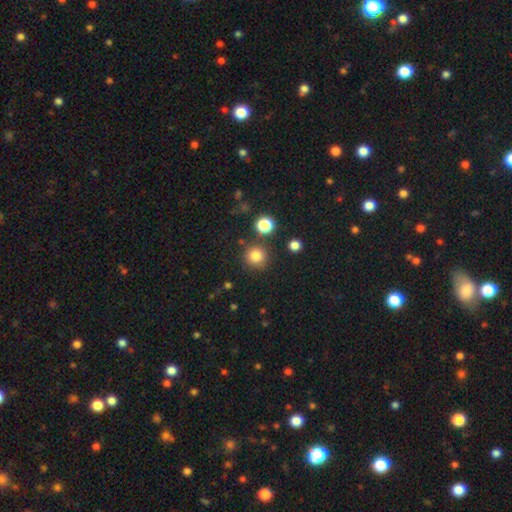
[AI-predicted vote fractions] Morphology: type=smooth (80%); roundness=round (94%); merging=none (85%).